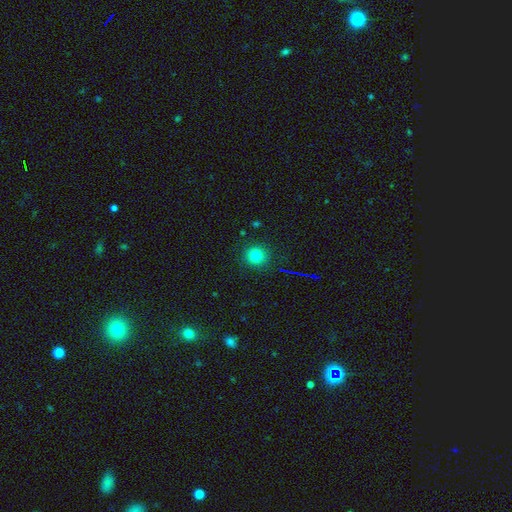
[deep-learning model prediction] smooth-or-featured: smooth: 78% | star or artifact: 15% | featured or disk: 7%
  how-rounded: round: 93% | in between: 6% | cigar-shaped: 1%
  merging: none: 89% | minor disturbance: 7% | major disturbance: 2% | merger: 1%